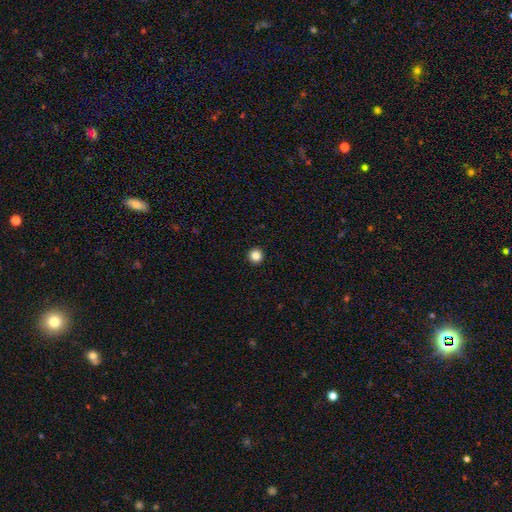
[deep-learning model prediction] smooth 86%, star or artifact 11%, featured or disk 3%. Down the decision tree: how rounded — round (96%); merging — none (94%).